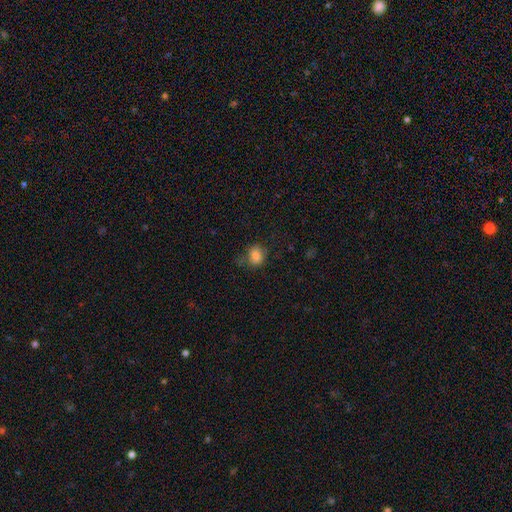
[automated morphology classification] A smooth galaxy with no disk features (82%) that is in between round and cigar-shaped (50%). Merging: none (62%).